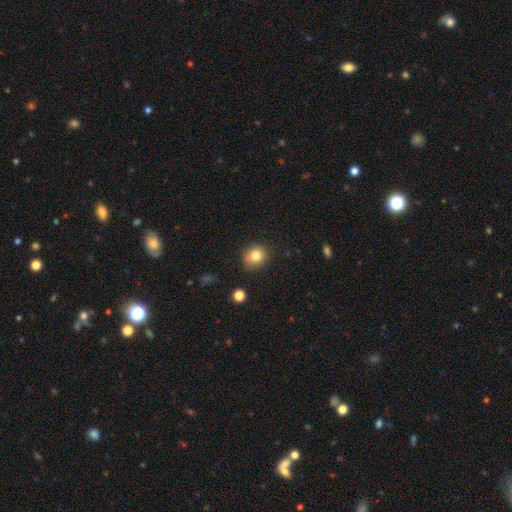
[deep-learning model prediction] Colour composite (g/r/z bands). It shows a smooth galaxy with no disk features (82%) that is round (80%). Merging: none (79%).